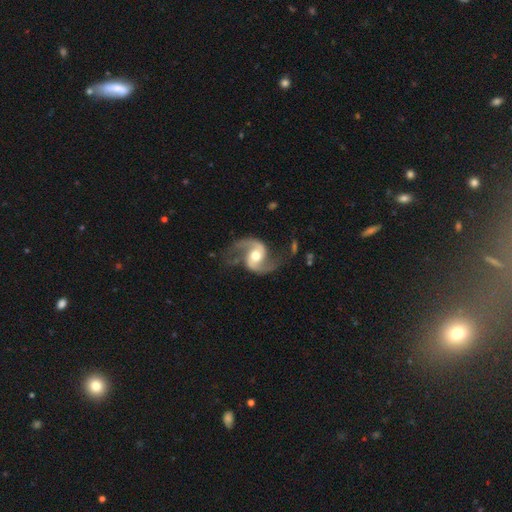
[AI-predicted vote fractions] featured or disk 92%, smooth 4%, star or artifact 4%. Down the decision tree: edge-on disk — no (98%); bar — no (44%); spiral arms — yes (98%); spiral arm count — 2 (94%); spiral winding — loose (47%); bulge size — moderate (72%); merging — none (73%).